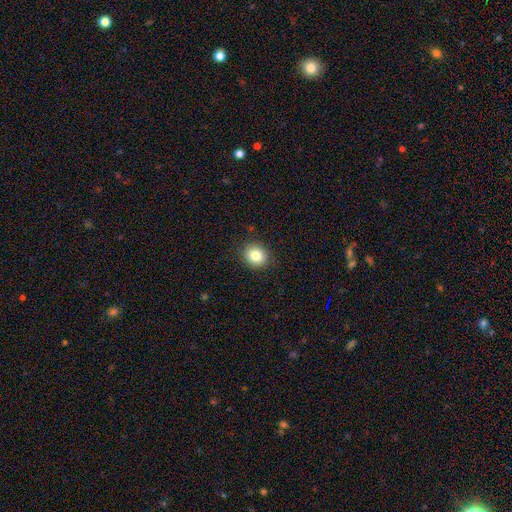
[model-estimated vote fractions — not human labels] Morphology: type=smooth (82%); roundness=round (75%); merging=none (89%).